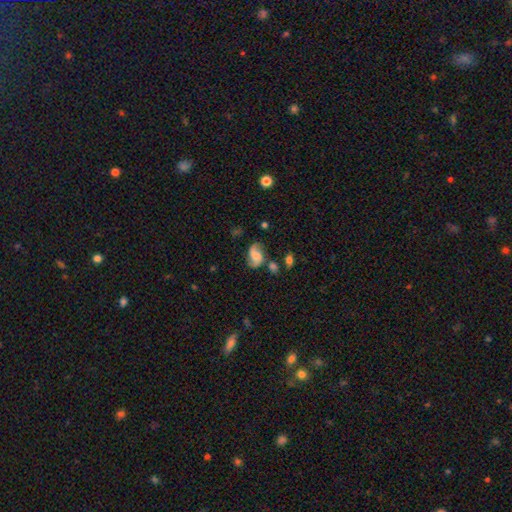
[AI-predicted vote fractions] Smooth or featured: featured or disk — 67% (smooth — 25%)
Edge-on disk: no — 97% (yes — 3%)
Bar: no — 50% (weak — 40%)
Spiral arms: yes — 93% (no — 7%)
Spiral winding: loose — 56% (medium — 33%)
Spiral arm count: 2 — 89% (can't tell — 4%)
Bulge size: moderate — 37% (small — 28%)
Merging: none — 64% (minor disturbance — 20%)